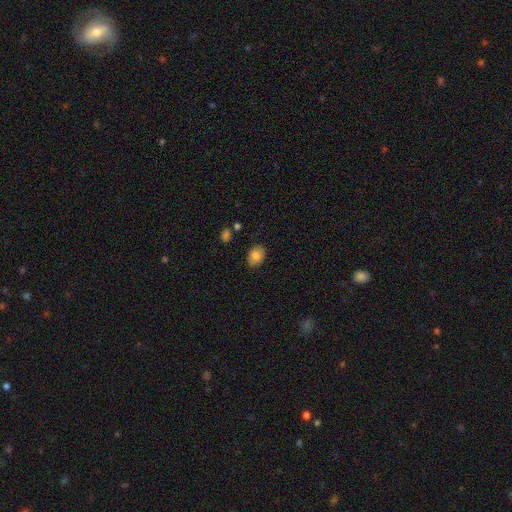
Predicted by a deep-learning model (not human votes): Smooth or featured? Predicted: smooth (p=0.82). How rounded? Predicted: in between (p=0.63). Merging? Predicted: none (p=0.85).